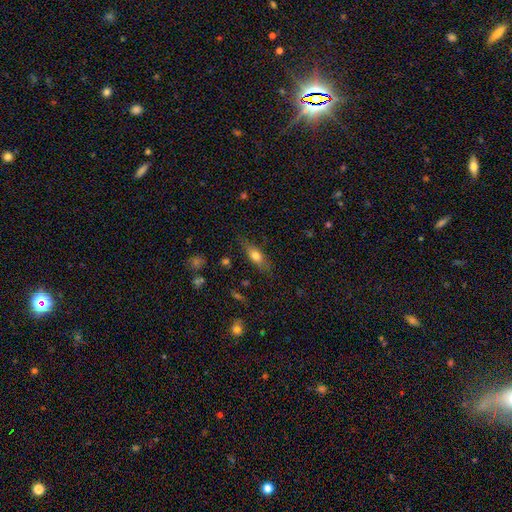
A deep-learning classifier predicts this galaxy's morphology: The model was most divided on "how rounded": in between: 58%, cigar-shaped: 38%, round: 4%. More confident: merging — none (78%); smooth or featured — smooth (66%).